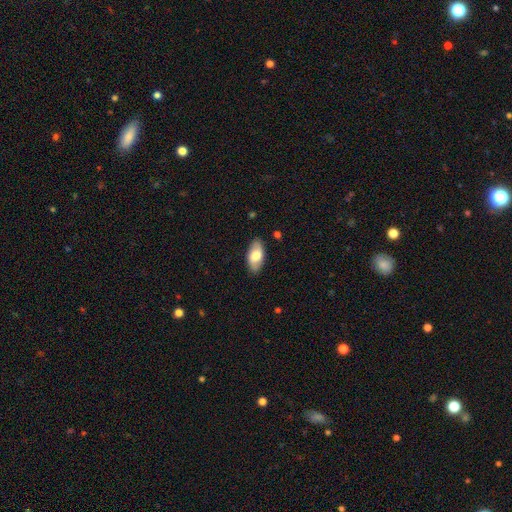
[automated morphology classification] Overall: smooth (69%). How rounded: in between (93%). Merging: none (86%).